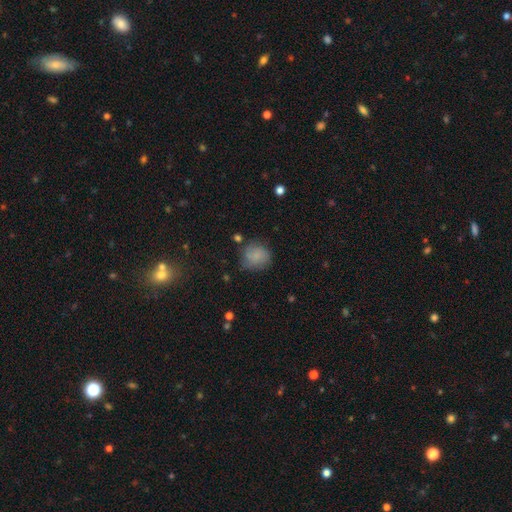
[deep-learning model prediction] smooth_or_featured: smooth (p=0.73) [alt: featured or disk p=0.18]
how_rounded: round (p=0.84) [alt: in between p=0.15]
merging: none (p=0.65) [alt: minor disturbance p=0.23]